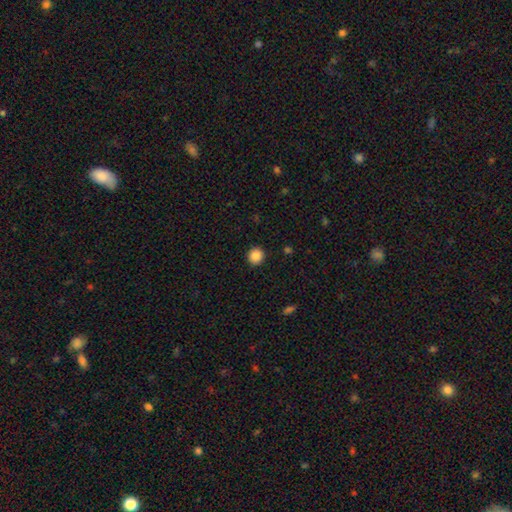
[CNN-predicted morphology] Smooth or featured: smooth — 86% (star or artifact — 10%)
How rounded: round — 91% (in between — 8%)
Merging: none — 93% (minor disturbance — 5%)